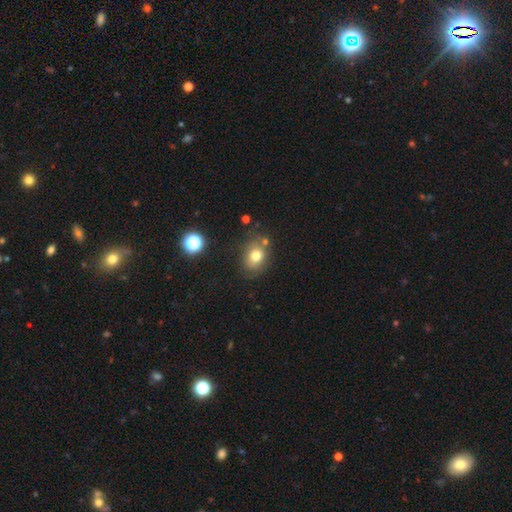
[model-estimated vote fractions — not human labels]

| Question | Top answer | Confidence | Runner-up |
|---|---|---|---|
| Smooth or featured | smooth | 75% | star or artifact (13%) |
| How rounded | round | 51% | in between (48%) |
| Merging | none | 72% | minor disturbance (15%) |